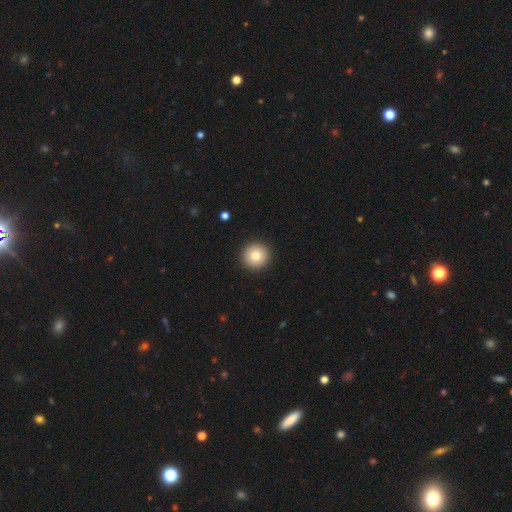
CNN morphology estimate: Smooth or featured?
  - smooth: 83% *
  - star or artifact: 9%
  - featured or disk: 8%
How rounded?
  - round: 96% *
  - in between: 3%
  - cigar-shaped: 1%
Merging?
  - none: 93% *
  - minor disturbance: 5%
  - major disturbance: 2%
  - merger: 1%